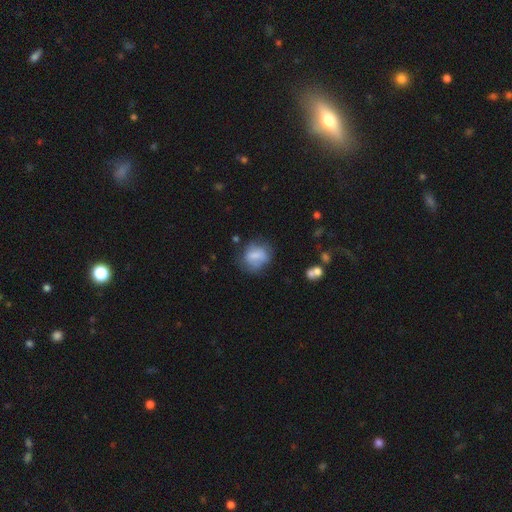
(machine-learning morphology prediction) smooth_or_featured: smooth (p=0.67) [alt: featured or disk p=0.24]
how_rounded: round (p=0.54) [alt: in between p=0.44]
merging: none (p=0.56) [alt: minor disturbance p=0.26]